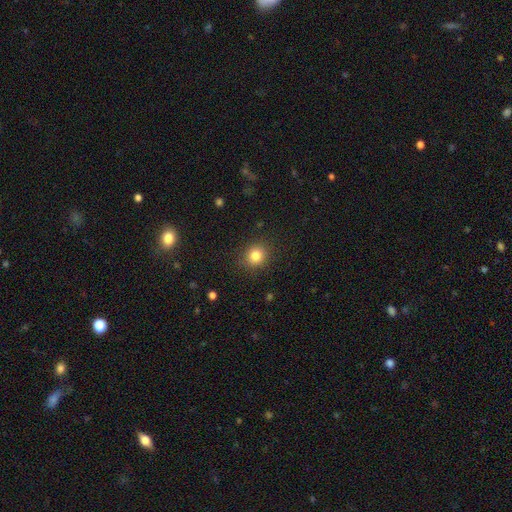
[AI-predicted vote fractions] The model was most divided on "how rounded": round: 81%, in between: 19%, cigar-shaped: 1%. More confident: merging — none (89%); smooth or featured — smooth (83%).